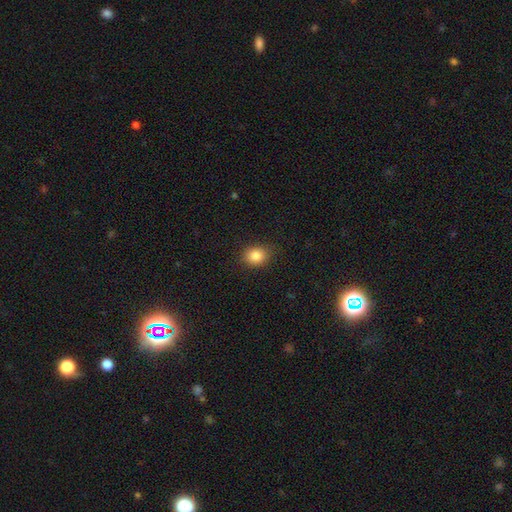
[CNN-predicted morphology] The model was most divided on "how rounded": round: 55%, in between: 44%, cigar-shaped: 1%. More confident: smooth or featured — smooth (85%); merging — none (83%).